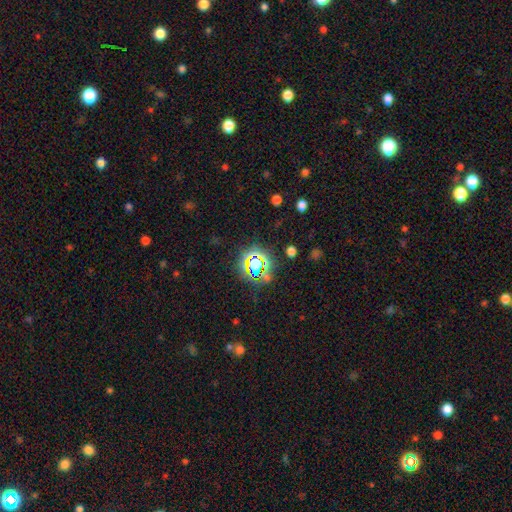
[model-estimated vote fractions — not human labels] smooth-or-featured: star or artifact: 67% | smooth: 24% | featured or disk: 9%